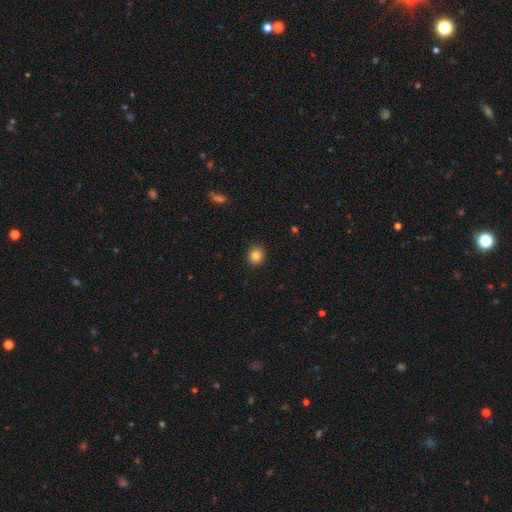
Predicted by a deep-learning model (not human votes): The model was most divided on "how rounded": round: 80%, in between: 19%, cigar-shaped: 1%. More confident: merging — none (91%); smooth or featured — smooth (84%).